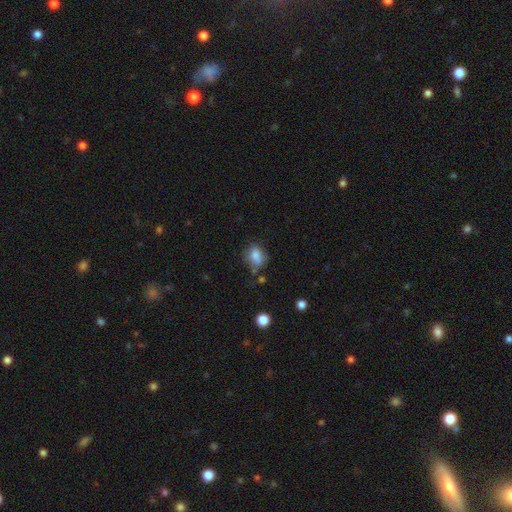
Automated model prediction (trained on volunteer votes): Overall: smooth (81%). How rounded: in between (56%; round 43%). Merging: none (62%; minor disturbance 25%).